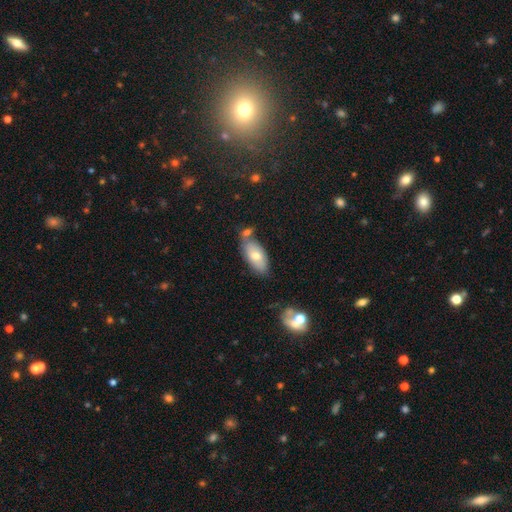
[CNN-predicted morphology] Smooth or featured? Predicted: smooth (p=0.71). How rounded? Predicted: in between (p=0.90). Merging? Predicted: none (p=0.58).